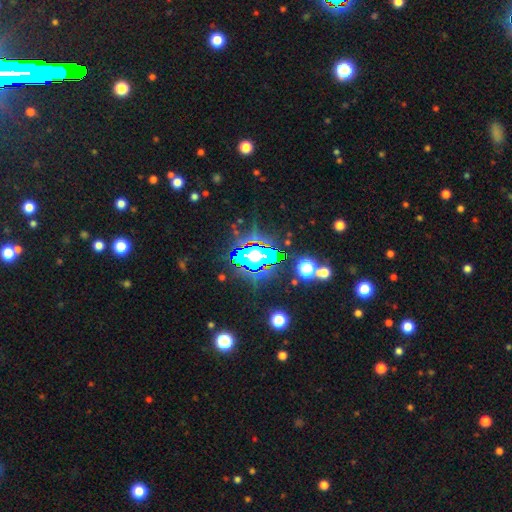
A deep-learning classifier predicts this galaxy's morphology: Overall: star or artifact (62%; smooth 22%).